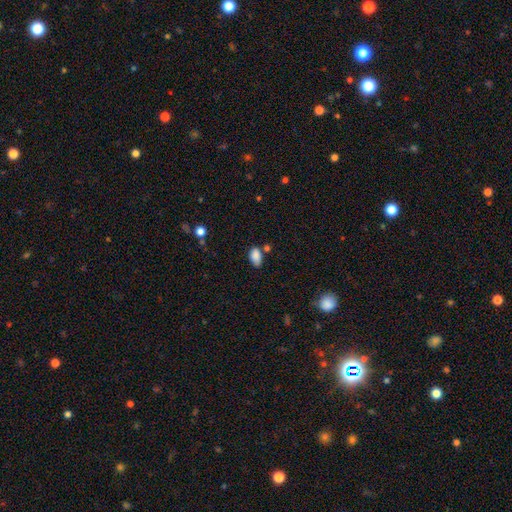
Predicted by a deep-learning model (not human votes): Smooth or featured? smooth (86%)
How rounded? in between (91%)
Merging? none (57%)